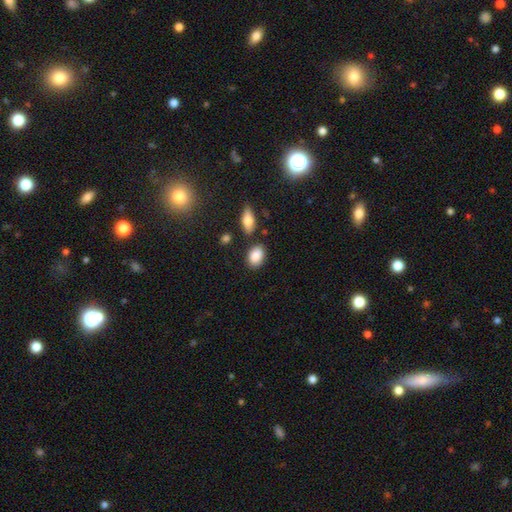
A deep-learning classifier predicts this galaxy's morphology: A smooth galaxy with no disk features (87%) that is in between round and cigar-shaped (83%). Merging: none (79%).